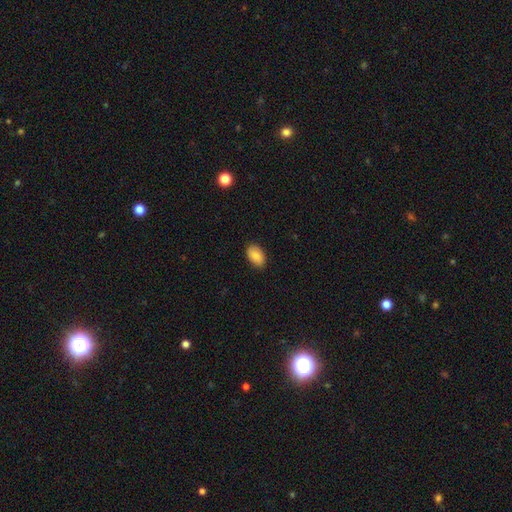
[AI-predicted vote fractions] The model was most divided on "smooth or featured": smooth: 84%, featured or disk: 9%, star or artifact: 7%. More confident: how rounded — in between (91%); merging — none (87%).